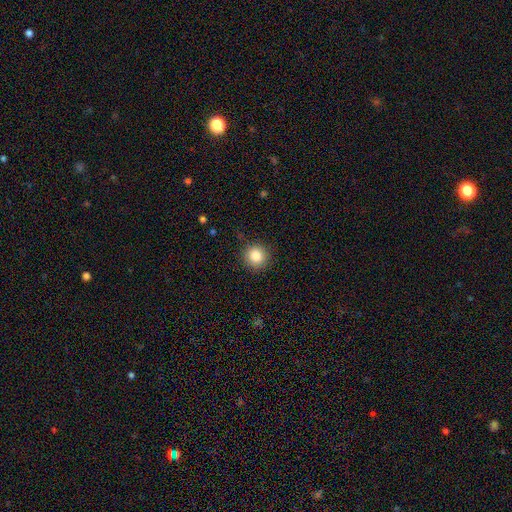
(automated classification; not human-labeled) This is clearly a smooth galaxy (84%). How rounded: clearly round (94%). Merging: clearly none (89%).